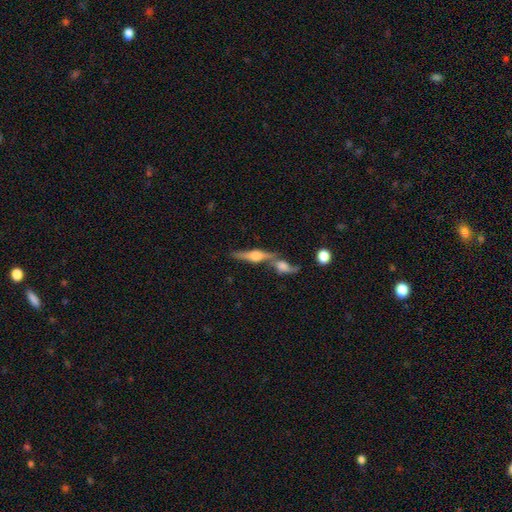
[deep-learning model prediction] A featured or disk galaxy (70%) viewed edge-on (90%) with a rounded central bulge (89%). Merging: merger (46%).